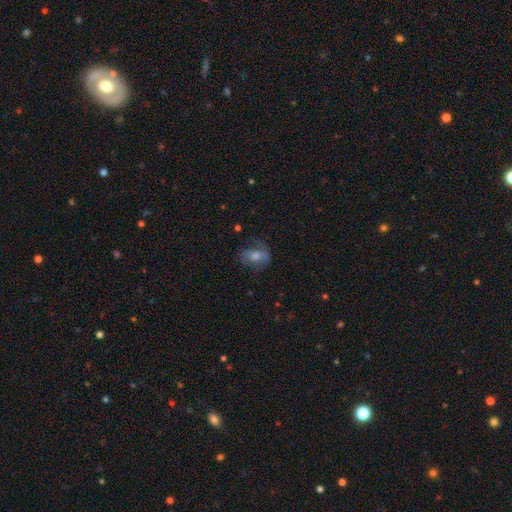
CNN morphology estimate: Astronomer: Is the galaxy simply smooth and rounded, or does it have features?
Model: featured or disk — 44% (runner-up: smooth, 43%).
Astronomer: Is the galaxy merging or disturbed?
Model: none — 61%.